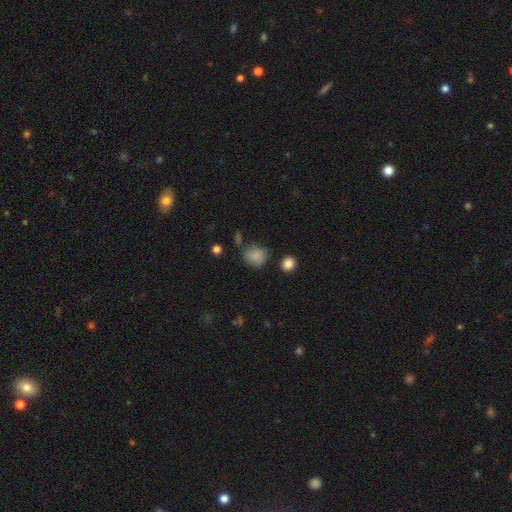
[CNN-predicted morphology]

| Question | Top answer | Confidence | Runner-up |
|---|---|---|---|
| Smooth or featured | smooth | 82% | star or artifact (11%) |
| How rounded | round | 74% | in between (25%) |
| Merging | none | 62% | minor disturbance (24%) |